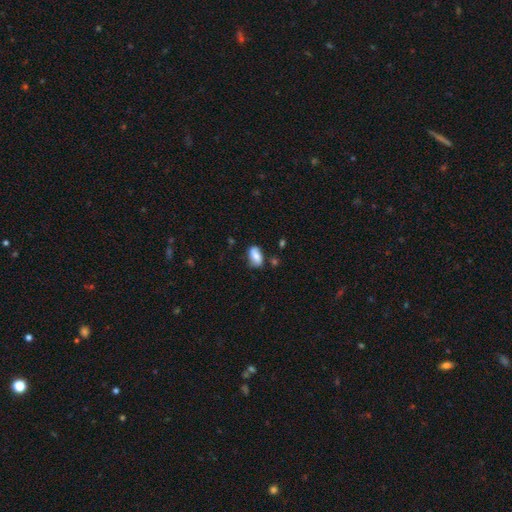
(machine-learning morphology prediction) Overall: smooth (69%). How rounded: in between (91%). Merging: none (69%).